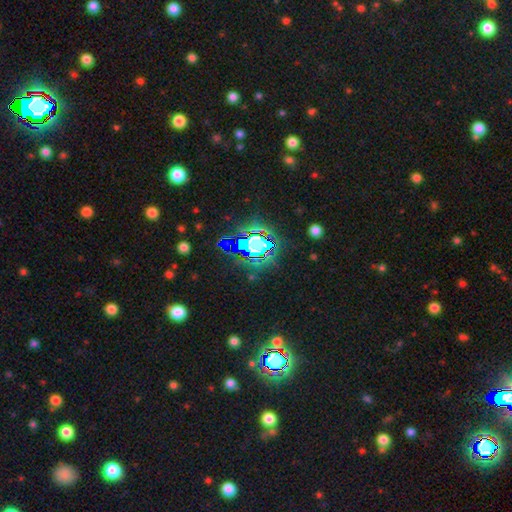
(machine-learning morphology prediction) The model was most divided on "smooth or featured": star or artifact: 68%, smooth: 19%, featured or disk: 13%.